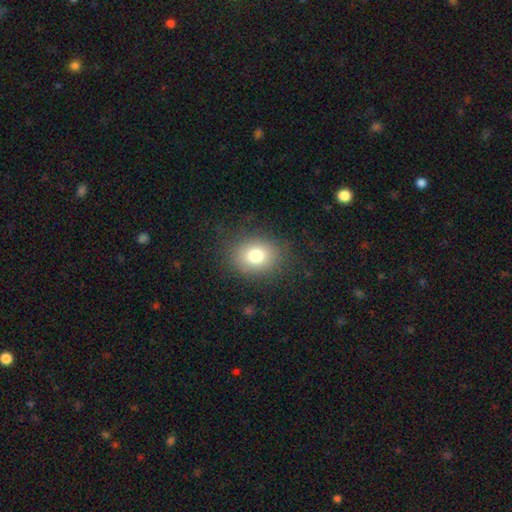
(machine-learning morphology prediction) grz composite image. It shows a smooth galaxy with no disk features (78%) that is round (54%). Merging: none (83%).